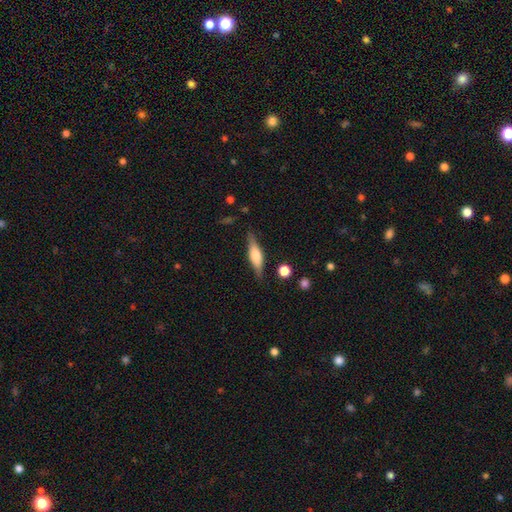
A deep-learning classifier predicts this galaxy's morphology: This appears to be a featured or disk galaxy (51%) viewed edge-on (93%). Merging: none (82%).